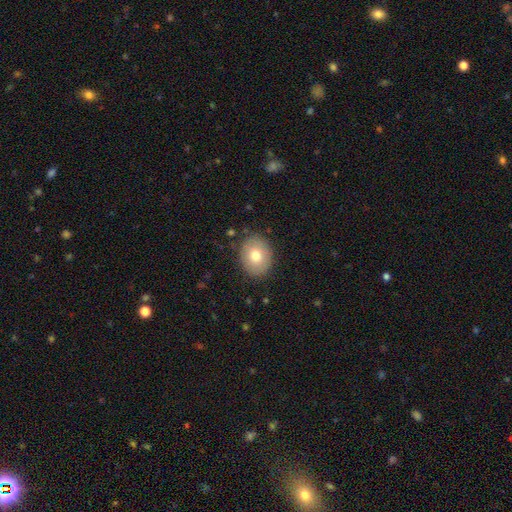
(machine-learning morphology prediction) This appears to be a smooth galaxy with no disk features (74%) that is in between round and cigar-shaped (50%). Merging: none (85%).